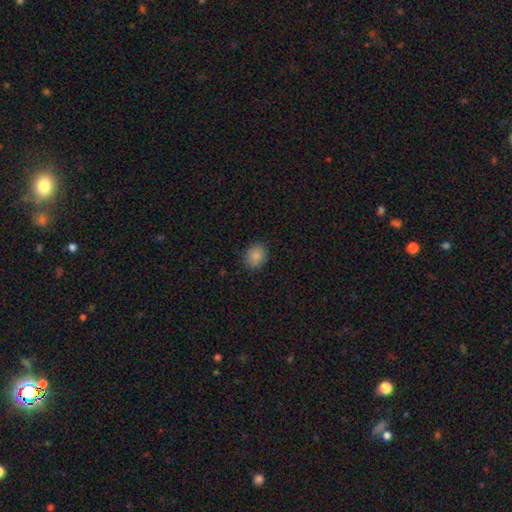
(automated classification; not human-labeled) This is clearly a smooth galaxy (86%). How rounded: likely round (60%). Merging: clearly none (85%).